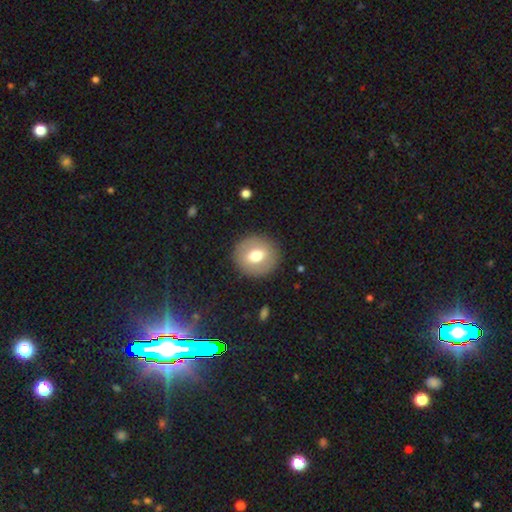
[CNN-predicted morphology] smooth 64%, featured or disk 27%, star or artifact 9%. Down the decision tree: how rounded — round (83%); merging — none (89%).